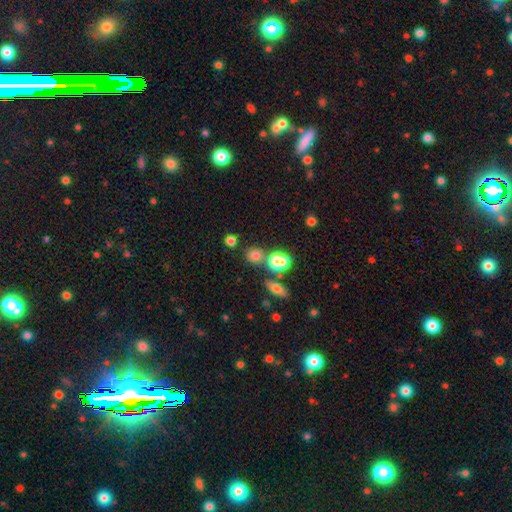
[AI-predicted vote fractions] The model was most divided on "merging": none: 69%, merger: 18%, minor disturbance: 10%, major disturbance: 4%. More confident: how rounded — round (79%); smooth or featured — smooth (77%).